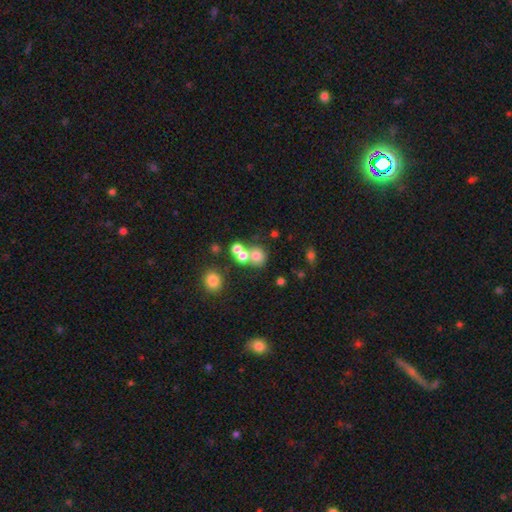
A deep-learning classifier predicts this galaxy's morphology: type=smooth (68%); roundness=round (80%); merging=merger (46%).